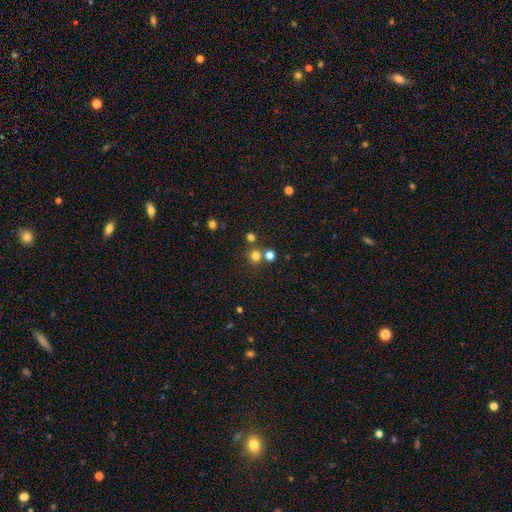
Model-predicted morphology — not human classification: Smooth or featured: smooth — 72% (star or artifact — 21%)
How rounded: round — 90% (in between — 9%)
Merging: none — 70% (merger — 20%)